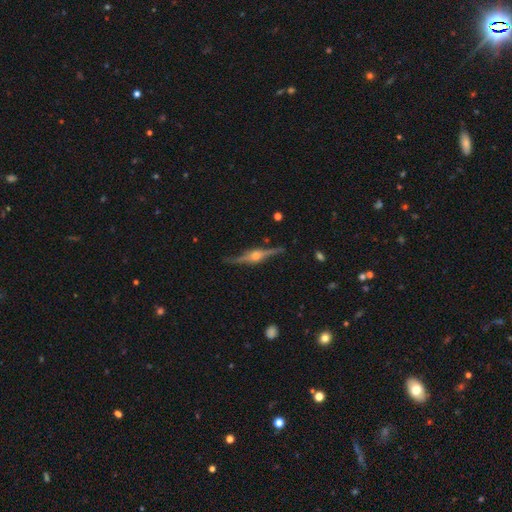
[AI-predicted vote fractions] Smooth or featured?
  - featured or disk: 87% *
  - smooth: 7%
  - star or artifact: 6%
Edge-on disk?
  - yes: 98% *
  - no: 2%
Edge-on bulge?
  - rounded: 92% *
  - boxy: 6%
  - none: 2%
Merging?
  - none: 87% *
  - minor disturbance: 10%
  - major disturbance: 2%
  - merger: 1%